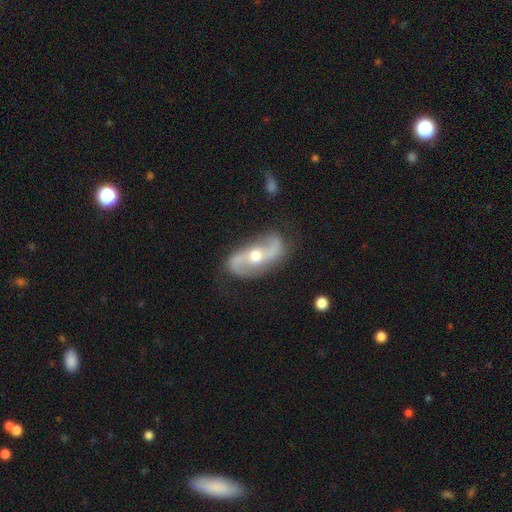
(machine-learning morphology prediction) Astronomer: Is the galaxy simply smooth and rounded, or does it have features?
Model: featured or disk — 88%.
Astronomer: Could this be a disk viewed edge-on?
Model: no — 95%.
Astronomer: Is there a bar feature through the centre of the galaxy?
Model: no — 47% (runner-up: weak, 30%).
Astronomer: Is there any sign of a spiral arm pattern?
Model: yes — 95%.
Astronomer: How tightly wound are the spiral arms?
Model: loose — 65%.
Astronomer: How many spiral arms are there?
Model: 2 — 93%.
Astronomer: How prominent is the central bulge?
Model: moderate — 71%.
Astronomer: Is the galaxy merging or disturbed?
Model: none — 80%.